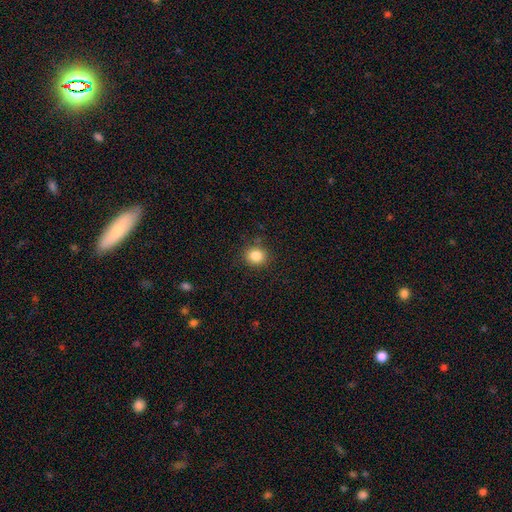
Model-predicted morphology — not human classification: smooth 84%, star or artifact 11%, featured or disk 5%. Down the decision tree: how rounded — round (80%); merging — none (87%).